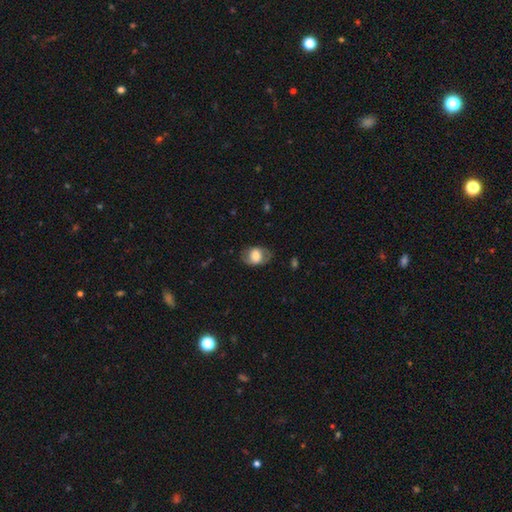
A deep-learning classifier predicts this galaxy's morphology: A smooth galaxy with no disk features (61%) that is in between round and cigar-shaped (76%). Merging: none (72%).